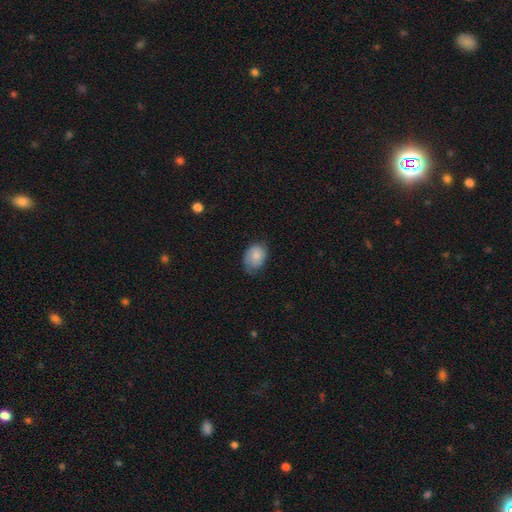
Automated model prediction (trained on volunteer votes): Smooth or featured?
  - smooth: 76% *
  - featured or disk: 17%
  - star or artifact: 7%
How rounded?
  - in between: 69% *
  - round: 30%
  - cigar-shaped: 1%
Merging?
  - none: 58% *
  - minor disturbance: 32%
  - major disturbance: 9%
  - merger: 1%